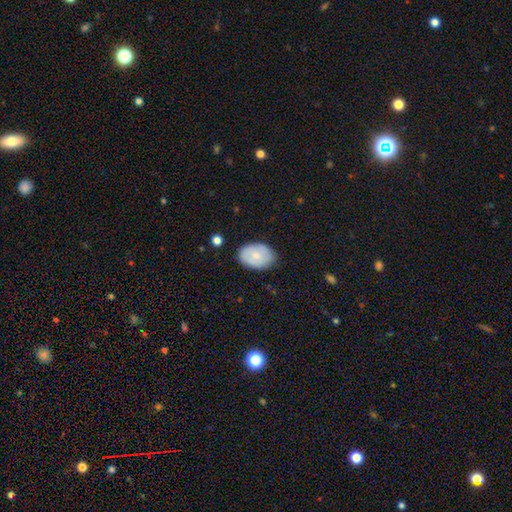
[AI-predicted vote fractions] A smooth galaxy with no disk features (71%) that is in between round and cigar-shaped (85%). Merging: none (82%).